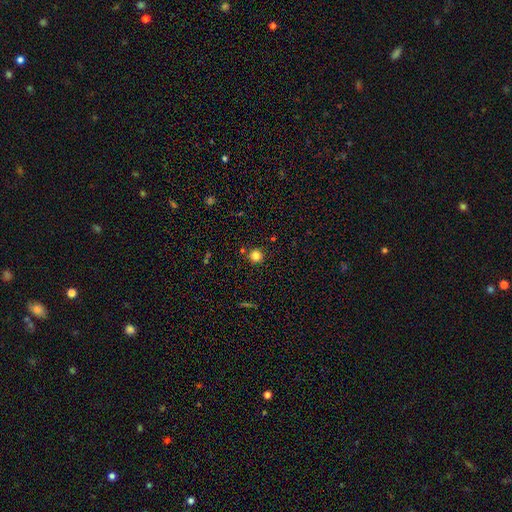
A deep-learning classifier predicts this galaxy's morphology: This is clearly a smooth galaxy (81%). How rounded: clearly round (95%). Merging: clearly none (88%).